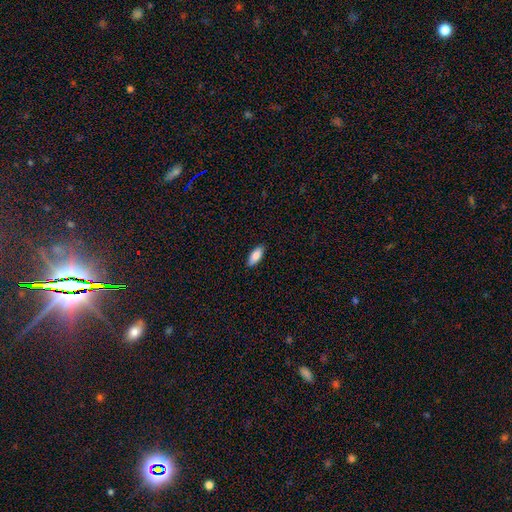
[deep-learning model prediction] Smooth or featured?
  - smooth: 86% *
  - featured or disk: 8%
  - star or artifact: 6%
How rounded?
  - in between: 82% *
  - cigar-shaped: 16%
  - round: 2%
Merging?
  - none: 89% *
  - minor disturbance: 9%
  - major disturbance: 2%
  - merger: 1%